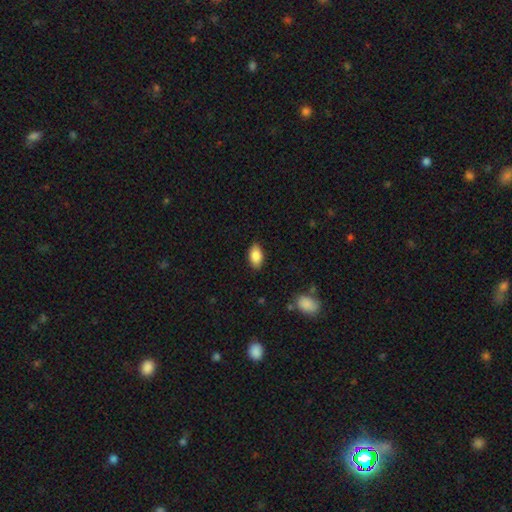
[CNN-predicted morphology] A smooth galaxy with no disk features (86%) that is in between round and cigar-shaped (92%).

Vote fractions:
- Smooth or featured? smooth: 86% / star or artifact: 7% / featured or disk: 7%
- How rounded? in between: 92% / round: 6% / cigar-shaped: 3%
- Merging? none: 85% / minor disturbance: 11% / major disturbance: 2% / merger: 1%